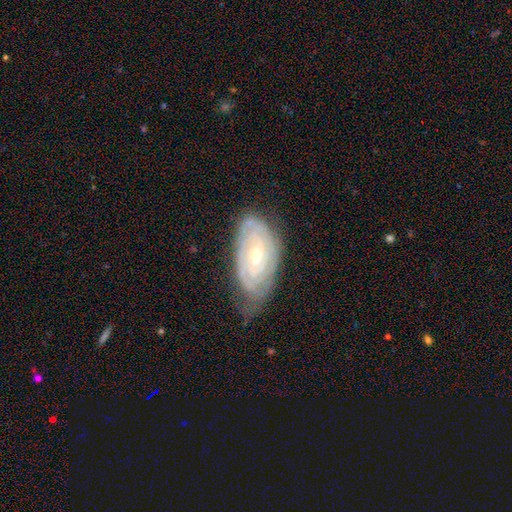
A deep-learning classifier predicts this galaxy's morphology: Smooth or featured?
  - featured or disk: 80% *
  - smooth: 15%
  - star or artifact: 6%
Edge-on disk?
  - no: 94% *
  - yes: 6%
Bar?
  - no: 55% *
  - weak: 36%
  - strong: 9%
Spiral arms?
  - yes: 90% *
  - no: 10%
Spiral winding?
  - tight: 75% *
  - medium: 20%
  - loose: 5%
Spiral arm count?
  - can't tell: 49% *
  - 2: 27%
  - 3: 11%
  - 4: 6%
  - 1: 4%
  - more than 4: 3%
Bulge size?
  - small: 52% *
  - moderate: 45%
  - large: 1%
  - none: 1%
  - dominant: 1%
Merging?
  - none: 59% *
  - minor disturbance: 30%
  - major disturbance: 9%
  - merger: 1%